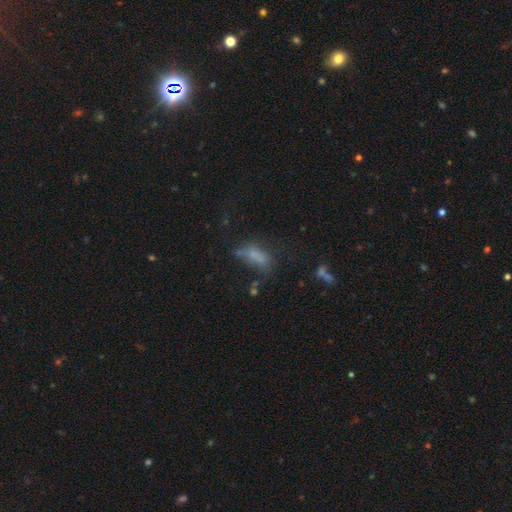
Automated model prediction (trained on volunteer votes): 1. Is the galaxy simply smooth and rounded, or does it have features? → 59% smooth, 22% featured or disk, 19% star or artifact.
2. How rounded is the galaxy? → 70% in between, 24% cigar-shaped, 5% round.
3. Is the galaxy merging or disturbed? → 37% none, 27% major disturbance, 23% minor disturbance, 13% merger.